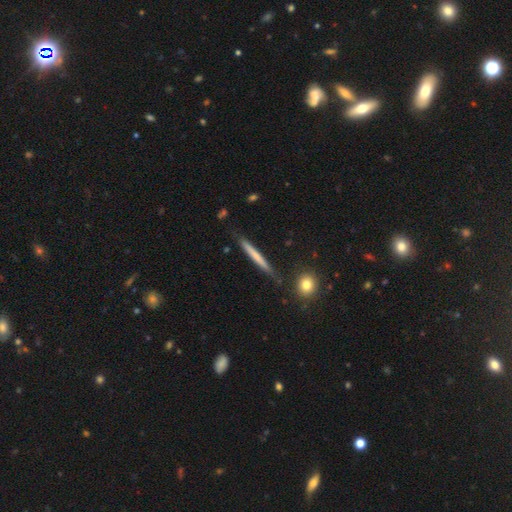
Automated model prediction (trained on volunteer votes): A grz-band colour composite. It shows a smooth galaxy with no disk features (58%) that is cigar-shaped (96%). Merging: none (84%).